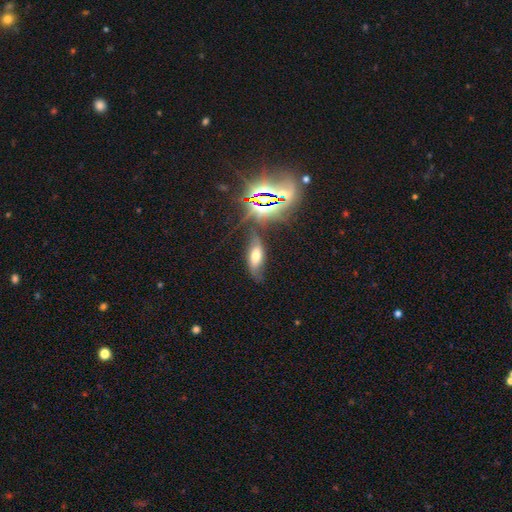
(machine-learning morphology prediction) This is possibly a smooth galaxy (47%). Merging: likely none (61%).